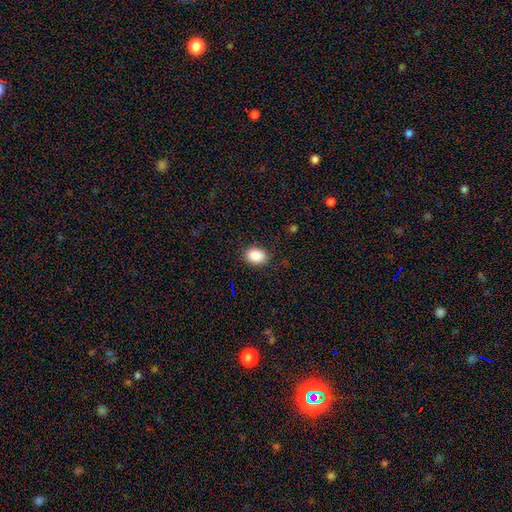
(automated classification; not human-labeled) Smooth or featured? smooth (89%)
How rounded? in between (74%)
Merging? none (86%)